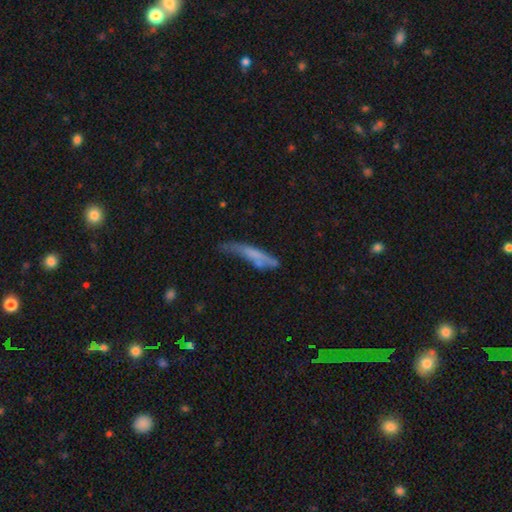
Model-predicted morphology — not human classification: Smooth or featured?
  - smooth: 59% *
  - featured or disk: 32%
  - star or artifact: 9%
How rounded?
  - cigar-shaped: 85% *
  - in between: 13%
  - round: 2%
Merging?
  - none: 36% *
  - minor disturbance: 31%
  - major disturbance: 24%
  - merger: 10%